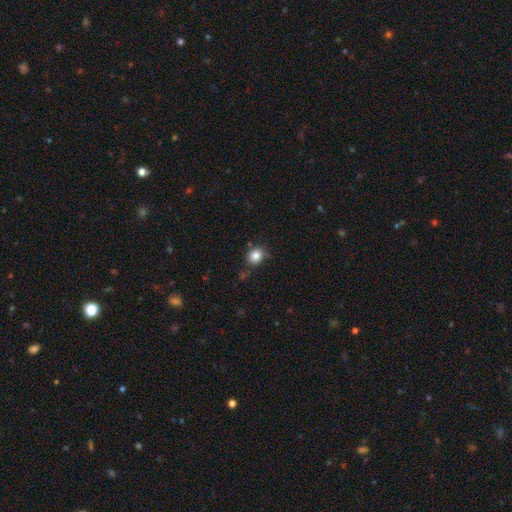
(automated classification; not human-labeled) Smooth or featured? Predicted: smooth (p=0.84). How rounded? Predicted: round (p=0.73). Merging? Predicted: none (p=0.69).